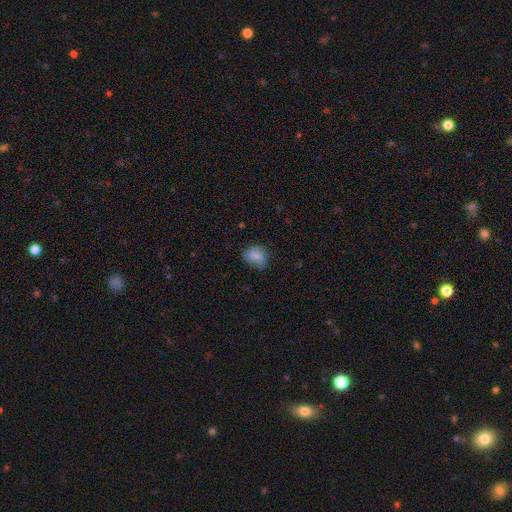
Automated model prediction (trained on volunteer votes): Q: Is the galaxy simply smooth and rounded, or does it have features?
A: smooth — 76%.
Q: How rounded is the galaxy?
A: in between — 52%.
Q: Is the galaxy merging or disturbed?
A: none — 65%.